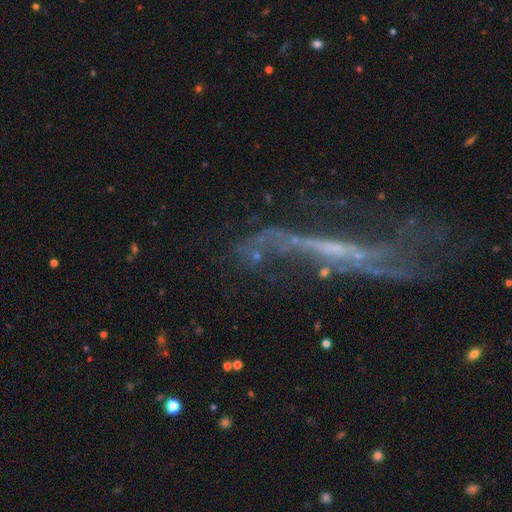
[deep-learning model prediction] This appears to be a featured or disk galaxy (50%). Merging: none (35%).